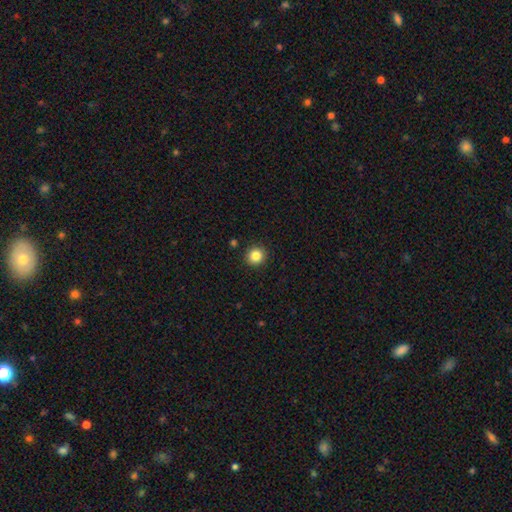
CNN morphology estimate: A smooth galaxy with no disk features (85%) that is round (91%).

Vote fractions:
- Smooth or featured? smooth: 85% / star or artifact: 11% / featured or disk: 5%
- How rounded? round: 91% / in between: 8% / cigar-shaped: 1%
- Merging? none: 91% / minor disturbance: 6% / major disturbance: 2% / merger: 1%